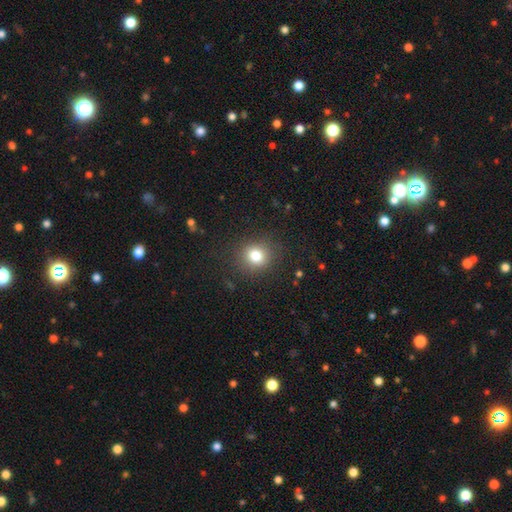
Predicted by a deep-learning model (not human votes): This is clearly a smooth galaxy (80%). How rounded: clearly round (82%). Merging: clearly none (86%).